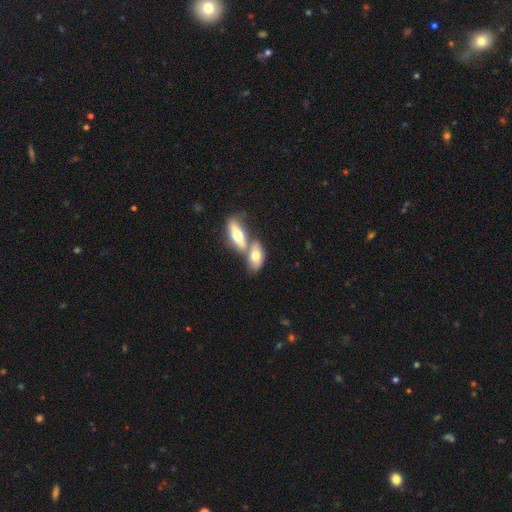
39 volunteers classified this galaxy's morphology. A smooth galaxy with no disk features (62%) that is in between round and cigar-shaped (75%).

Vote fractions:
- Smooth or featured? smooth: 62% / featured or disk: 33% / star or artifact: 5%
- How rounded? in between: 75% / cigar-shaped: 25% / round: 0%
- Merging? merger: 65% / none: 19% / minor disturbance: 14% / major disturbance: 3%